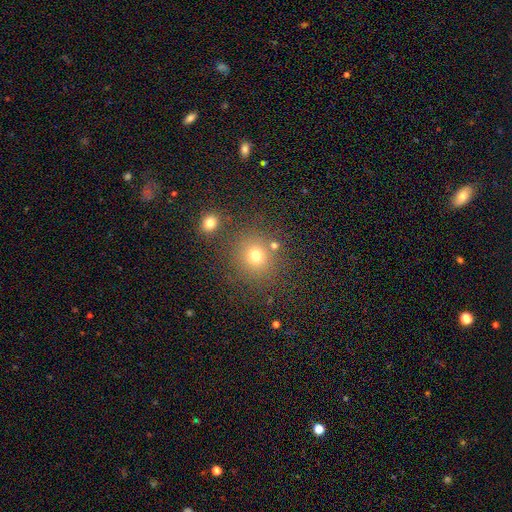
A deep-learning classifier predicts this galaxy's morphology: This appears to be a smooth galaxy with no disk features (72%) that is round (89%). Merging: none (78%).